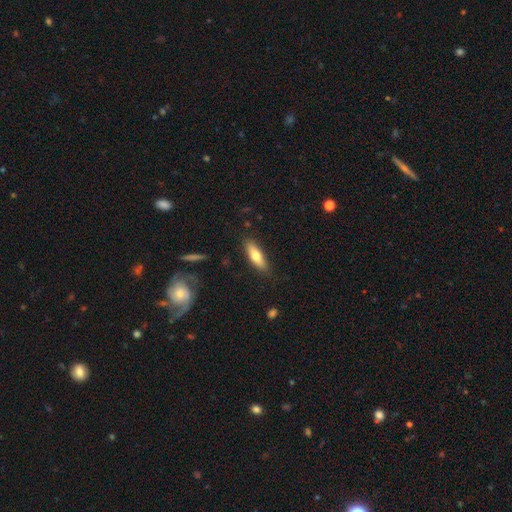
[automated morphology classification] A smooth galaxy with no disk features (70%) that is in between round and cigar-shaped (50%).

Vote fractions:
- Smooth or featured? smooth: 70% / featured or disk: 23% / star or artifact: 6%
- How rounded? in between: 50% / cigar-shaped: 48% / round: 2%
- Merging? none: 86% / minor disturbance: 11% / major disturbance: 2% / merger: 1%